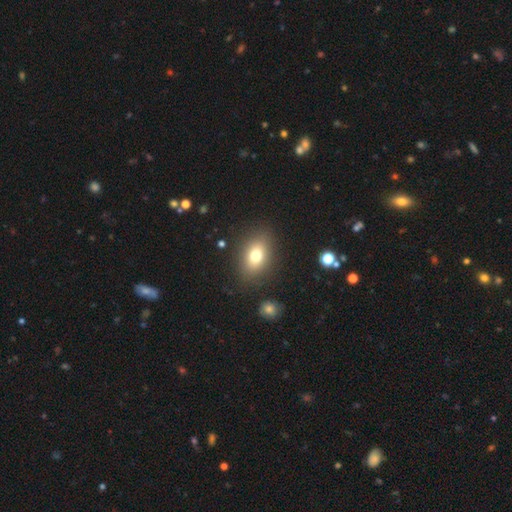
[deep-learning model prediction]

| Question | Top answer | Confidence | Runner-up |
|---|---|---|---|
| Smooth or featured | smooth | 76% | featured or disk (13%) |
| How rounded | in between | 77% | round (21%) |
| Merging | none | 84% | minor disturbance (10%) |